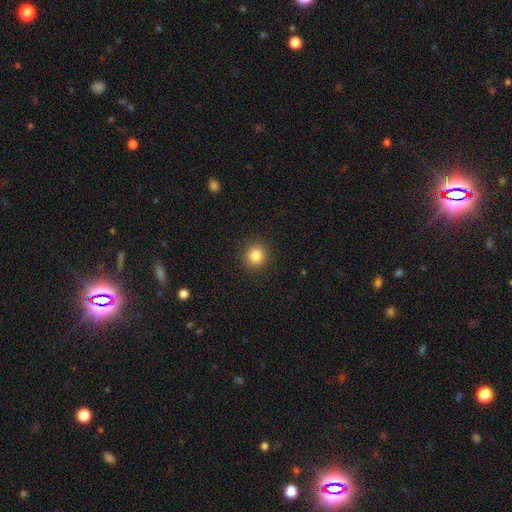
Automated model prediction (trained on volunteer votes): smooth_or_featured: smooth (p=0.83) [alt: star or artifact p=0.11]
how_rounded: round (p=0.91) [alt: in between p=0.08]
merging: none (p=0.92) [alt: minor disturbance p=0.05]